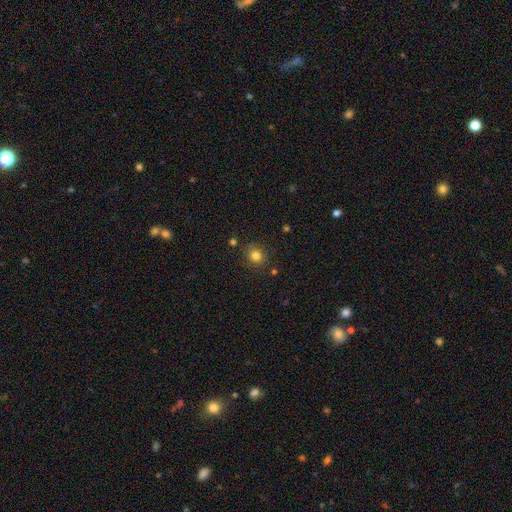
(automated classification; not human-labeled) This is clearly a smooth galaxy (81%). How rounded: clearly round (83%). Merging: clearly none (84%).